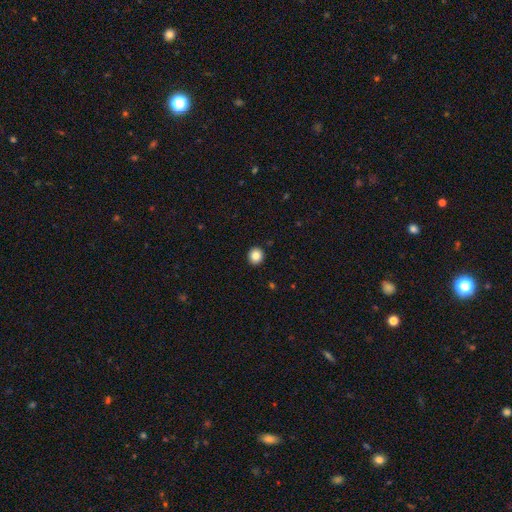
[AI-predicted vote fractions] smooth_or_featured: smooth (p=0.85) [alt: star or artifact p=0.10]
how_rounded: round (p=0.90) [alt: in between p=0.09]
merging: none (p=0.93) [alt: minor disturbance p=0.04]